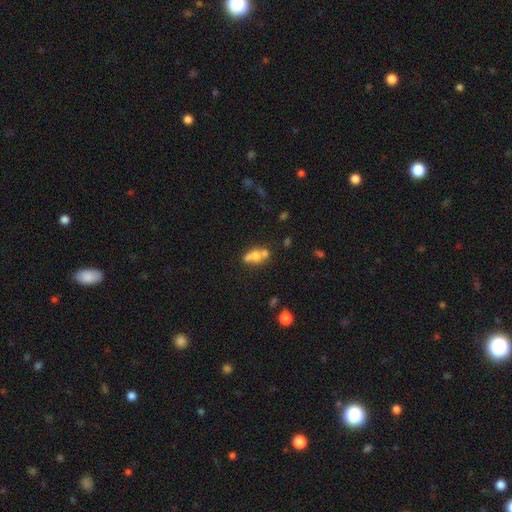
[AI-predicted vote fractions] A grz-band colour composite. It shows a smooth galaxy with no disk features (55%) that is in between round and cigar-shaped (64%). Merging: merger (48%).